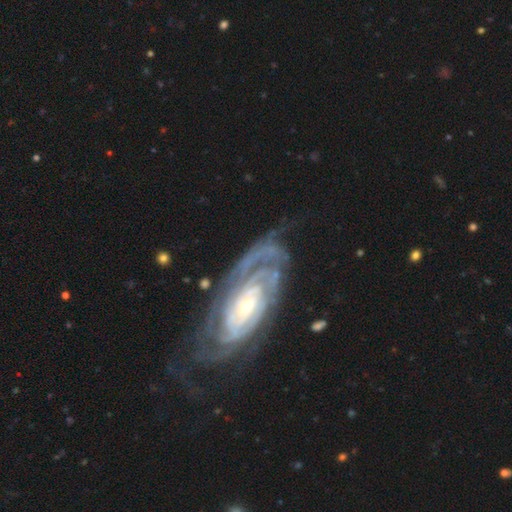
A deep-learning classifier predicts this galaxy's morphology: smooth-or-featured: featured or disk: 89% | smooth: 6% | star or artifact: 5%
  disk-edge-on: no: 93% | yes: 7%
    bar: no: 66% | weak: 23% | strong: 11%
    has-spiral-arms: yes: 97% | no: 3%
      spiral-winding: tight: 77% | medium: 19% | loose: 4%
      spiral-arm-count: can't tell: 35% | 2: 22% | 3: 16% | 4: 12% | more than 4: 9% | 1: 6%
    bulge-size: small: 60% | moderate: 34% | large: 4% | none: 1% | dominant: 1%
  merging: none: 70% | minor disturbance: 18% | major disturbance: 11% | merger: 2%